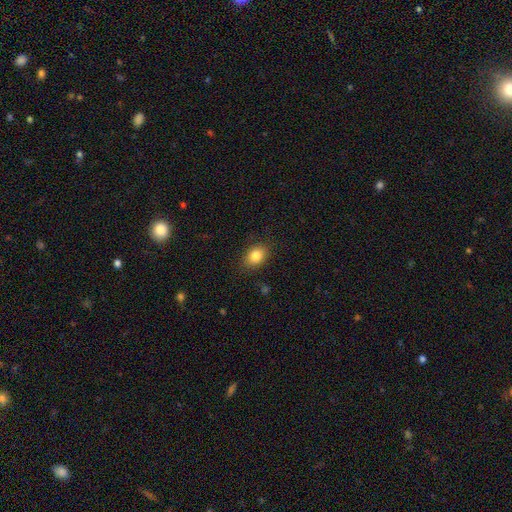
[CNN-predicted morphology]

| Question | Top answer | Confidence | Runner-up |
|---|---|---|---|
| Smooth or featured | smooth | 84% | star or artifact (9%) |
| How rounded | in between | 68% | round (31%) |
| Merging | none | 84% | minor disturbance (12%) |